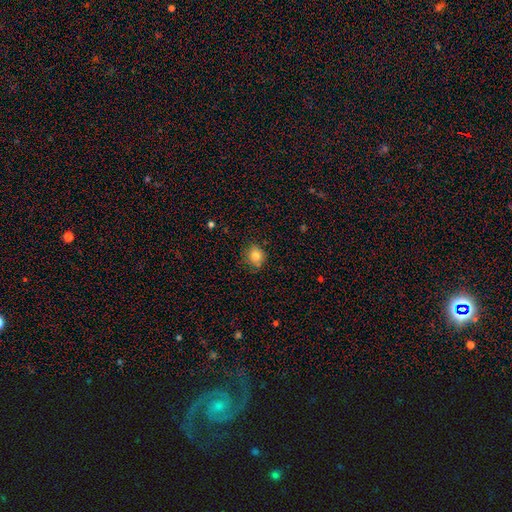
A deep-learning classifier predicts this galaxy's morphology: Q: Smooth or featured?
A: smooth (81%); runner-up: star or artifact (11%)
Q: How rounded?
A: round (75%); runner-up: in between (24%)
Q: Merging?
A: none (77%); runner-up: minor disturbance (18%)